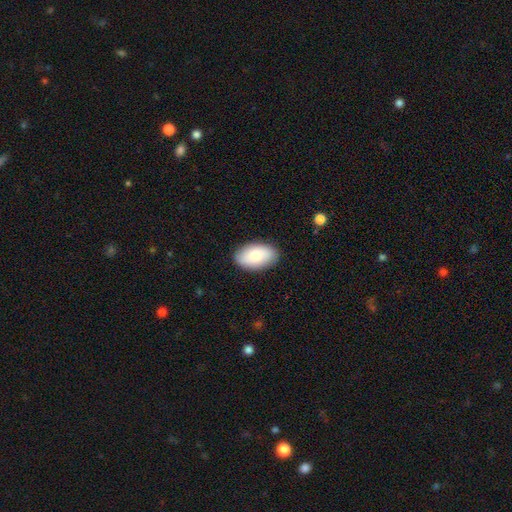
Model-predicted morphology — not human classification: Smooth or featured? smooth (81%)
How rounded? in between (94%)
Merging? none (87%)